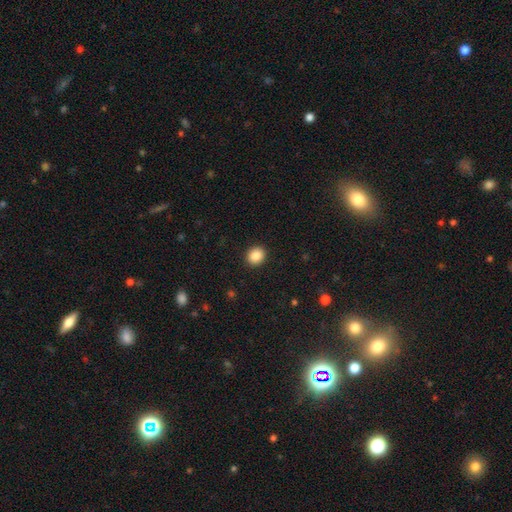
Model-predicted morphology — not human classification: This is clearly a smooth galaxy (87%). How rounded: likely round (70%). Merging: clearly none (92%).